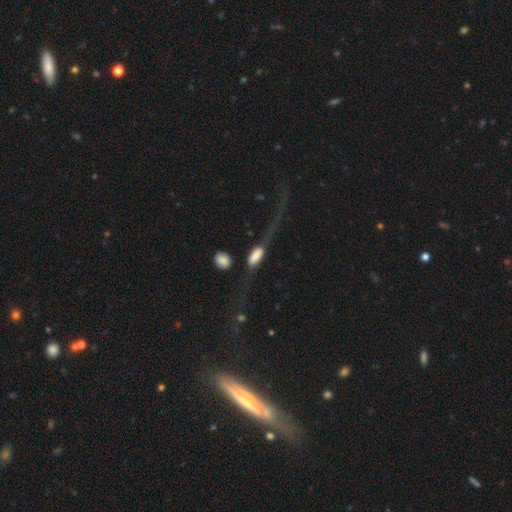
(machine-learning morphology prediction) This is possibly a smooth galaxy (56%). How rounded: likely in between (71%). Merging: marginally major disturbance (42%).